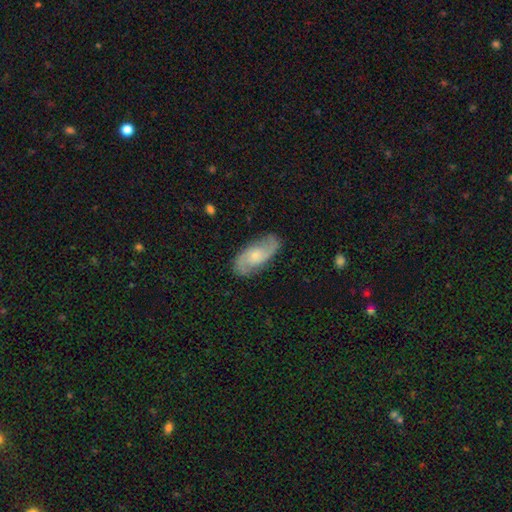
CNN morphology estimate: Smooth or featured? Predicted: featured or disk (p=0.76). Edge-on disk? Predicted: no (p=0.95). Bar? Predicted: no (p=0.62). Spiral arms? Predicted: yes (p=0.95). Spiral winding? Predicted: medium (p=0.48). Spiral arm count? Predicted: 2 (p=0.90). Bulge size? Predicted: small (p=0.53). Merging? Predicted: none (p=0.82).